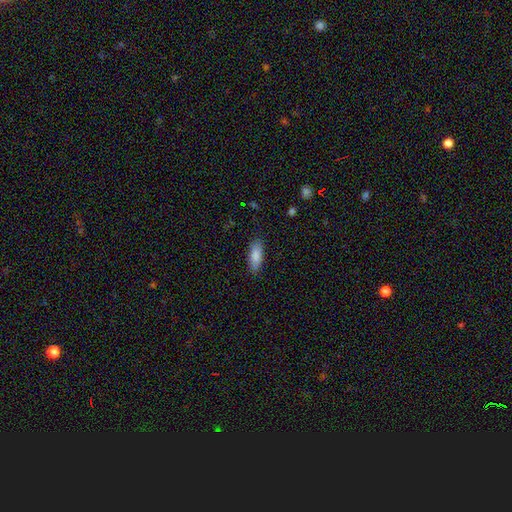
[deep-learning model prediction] The model was most divided on "how rounded": in between: 73%, cigar-shaped: 25%, round: 2%. More confident: smooth or featured — smooth (86%); merging — none (85%).